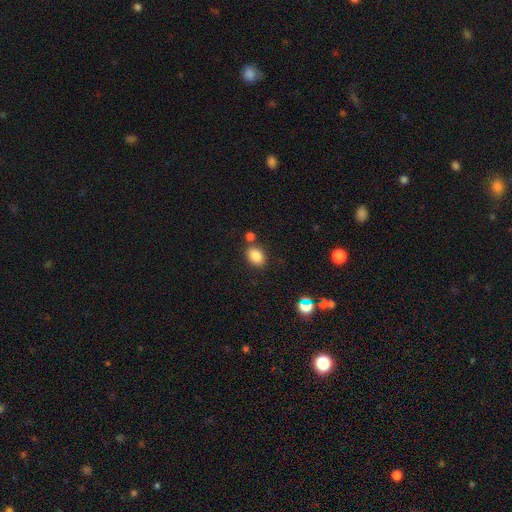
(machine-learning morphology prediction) Smooth or featured?
  - smooth: 85% *
  - star or artifact: 10%
  - featured or disk: 5%
How rounded?
  - in between: 76% *
  - round: 23%
  - cigar-shaped: 1%
Merging?
  - none: 71% *
  - merger: 14%
  - minor disturbance: 12%
  - major disturbance: 4%